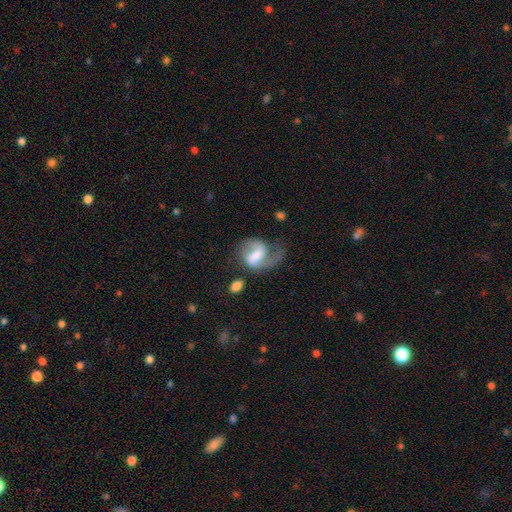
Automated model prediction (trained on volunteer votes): This appears to be a featured or disk galaxy (72%) with a weak bar (48%), 2 (59%) medium (44%) spiral arms (90%) and a moderate central bulge (38%). Merging: none (37%).